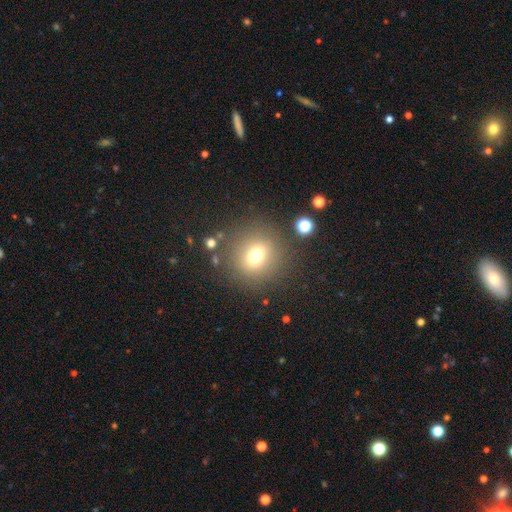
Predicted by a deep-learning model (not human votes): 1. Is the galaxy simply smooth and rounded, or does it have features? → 71% smooth, 16% star or artifact, 14% featured or disk.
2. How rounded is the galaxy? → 84% round, 15% in between, 1% cigar-shaped.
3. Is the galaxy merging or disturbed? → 83% none, 9% minor disturbance, 5% major disturbance, 4% merger.